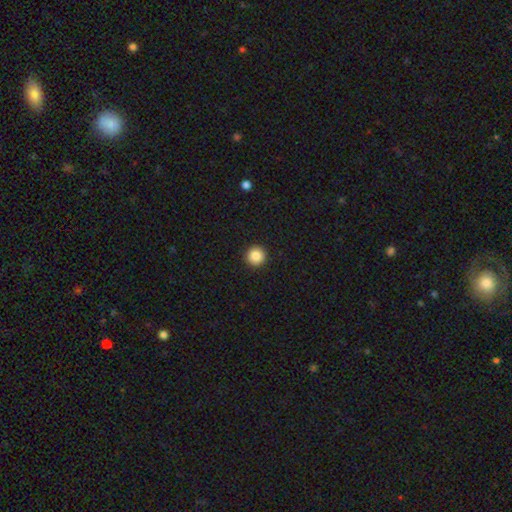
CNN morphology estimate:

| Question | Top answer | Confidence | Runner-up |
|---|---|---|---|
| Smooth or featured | smooth | 86% | star or artifact (10%) |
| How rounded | round | 96% | in between (3%) |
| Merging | none | 93% | minor disturbance (4%) |